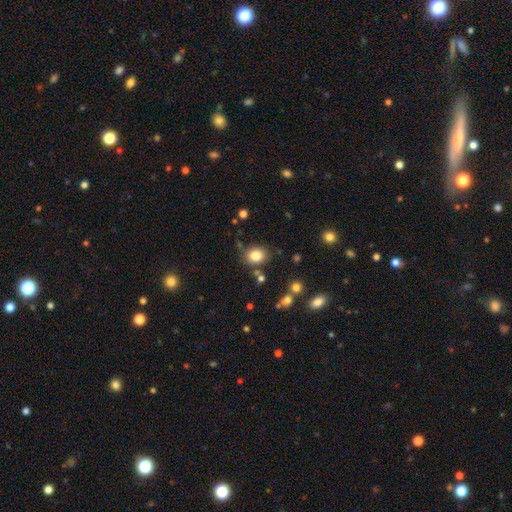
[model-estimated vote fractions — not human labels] Morphology: type=smooth (82%); roundness=round (61%); merging=none (77%).